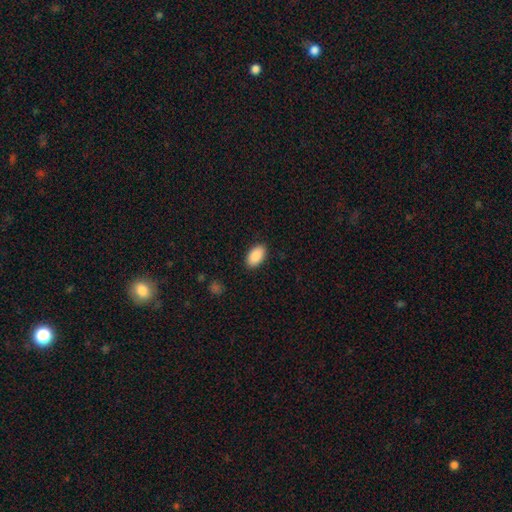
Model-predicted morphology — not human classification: A smooth galaxy with no disk features (90%) that is in between round and cigar-shaped (95%).

Vote fractions:
- Smooth or featured? smooth: 90% / star or artifact: 6% / featured or disk: 3%
- How rounded? in between: 95% / round: 4% / cigar-shaped: 2%
- Merging? none: 89% / minor disturbance: 8% / major disturbance: 2% / merger: 1%